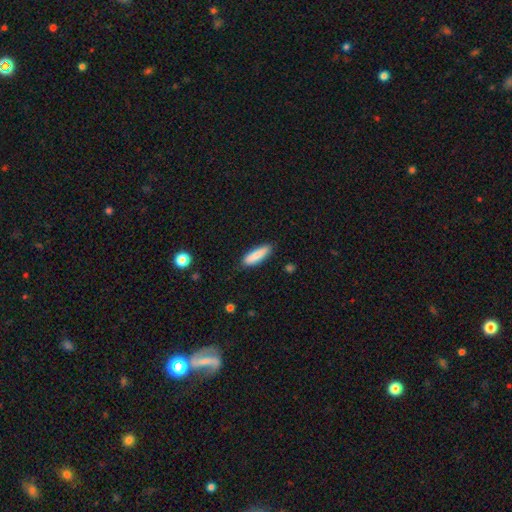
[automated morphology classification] This is clearly a smooth galaxy (83%). How rounded: possibly cigar-shaped (53%). Merging: clearly none (82%).